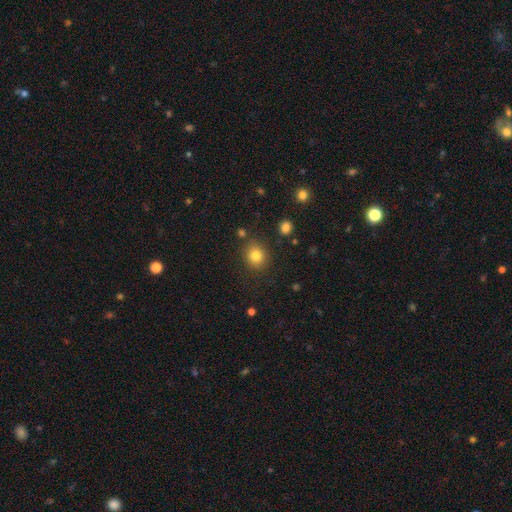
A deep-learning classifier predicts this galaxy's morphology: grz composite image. It shows a smooth galaxy with no disk features (82%) that is round (80%). Merging: none (85%).